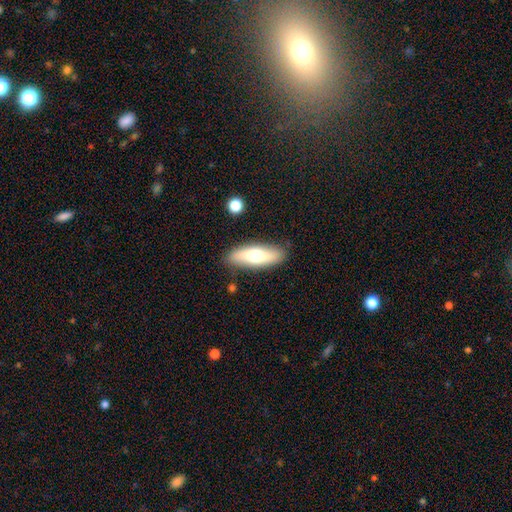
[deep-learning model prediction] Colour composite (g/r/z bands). It shows a smooth galaxy with no disk features (64%) that is in between round and cigar-shaped (59%). Merging: none (86%).